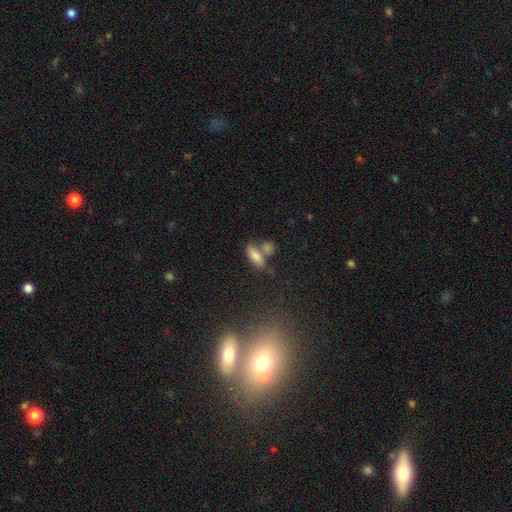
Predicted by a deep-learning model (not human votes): Morphology: type=smooth (76%); roundness=in between (78%); merging=none (40%).